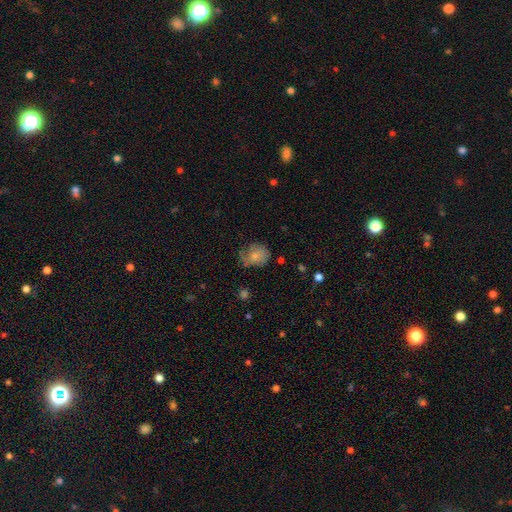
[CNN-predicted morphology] Smooth or featured? Predicted: smooth (p=0.62). How rounded? Predicted: round (p=0.65). Merging? Predicted: none (p=0.51).